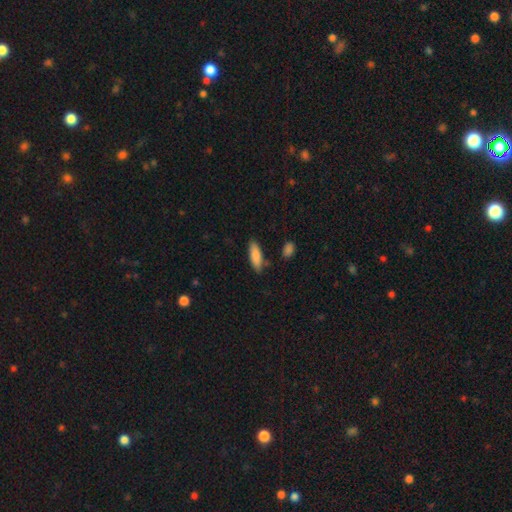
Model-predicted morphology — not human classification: A smooth galaxy with no disk features (86%) that is in between round and cigar-shaped (52%).

Vote fractions:
- Smooth or featured? smooth: 86% / featured or disk: 8% / star or artifact: 6%
- How rounded? in between: 52% / cigar-shaped: 46% / round: 2%
- Merging? none: 81% / minor disturbance: 13% / merger: 4% / major disturbance: 3%